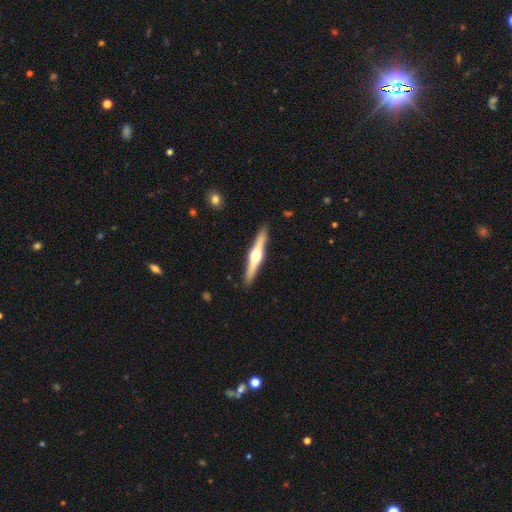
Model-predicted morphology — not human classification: Smooth or featured? Predicted: featured or disk (p=0.72). Edge-on disk? Predicted: yes (p=0.98). Edge-on bulge? Predicted: rounded (p=0.95). Merging? Predicted: none (p=0.91).